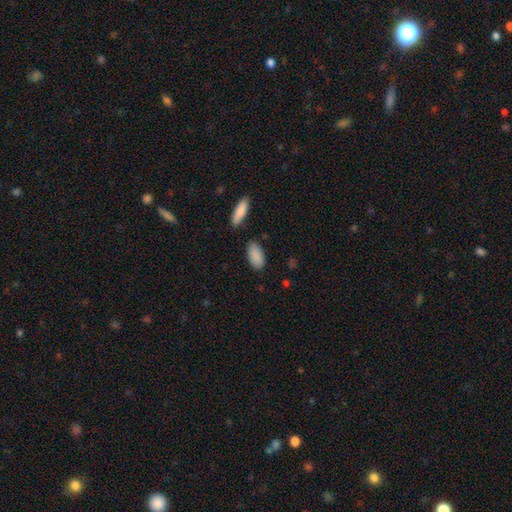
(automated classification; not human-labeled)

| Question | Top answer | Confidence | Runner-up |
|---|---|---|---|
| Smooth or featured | smooth | 89% | star or artifact (6%) |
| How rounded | in between | 91% | cigar-shaped (6%) |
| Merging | none | 80% | minor disturbance (13%) |